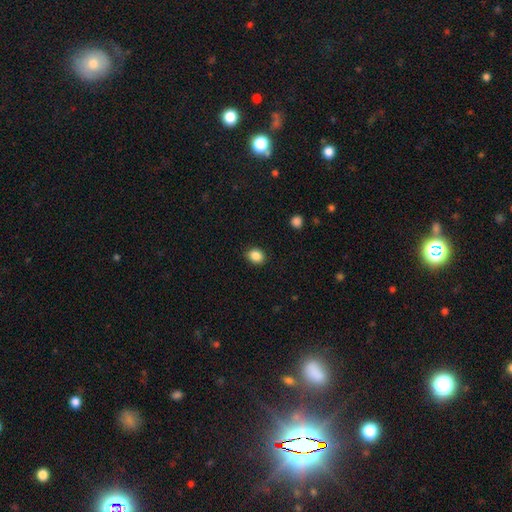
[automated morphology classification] smooth 87%, star or artifact 9%, featured or disk 3%. Down the decision tree: how rounded — round (52%); merging — none (87%).